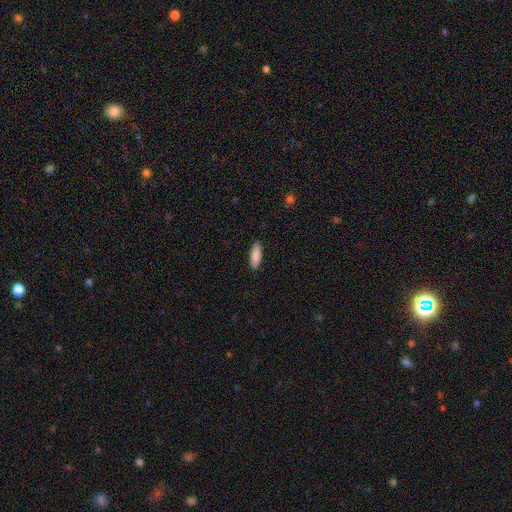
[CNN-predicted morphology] smooth-or-featured: smooth: 88% | featured or disk: 7% | star or artifact: 6%
  how-rounded: in between: 53% | cigar-shaped: 46% | round: 2%
  merging: none: 90% | minor disturbance: 7% | major disturbance: 2% | merger: 1%